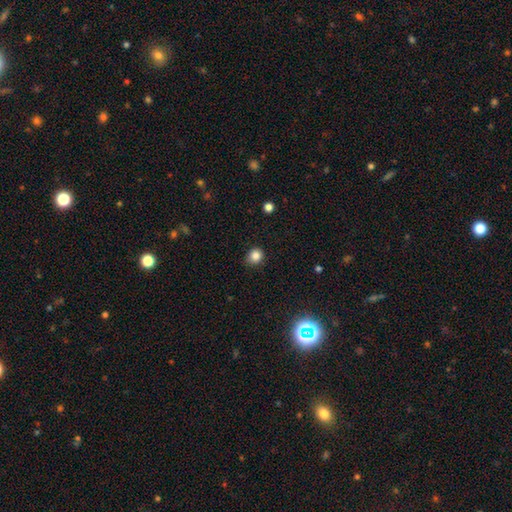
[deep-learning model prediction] This appears to be a smooth galaxy with no disk features (83%) that is round (81%). Merging: none (83%).